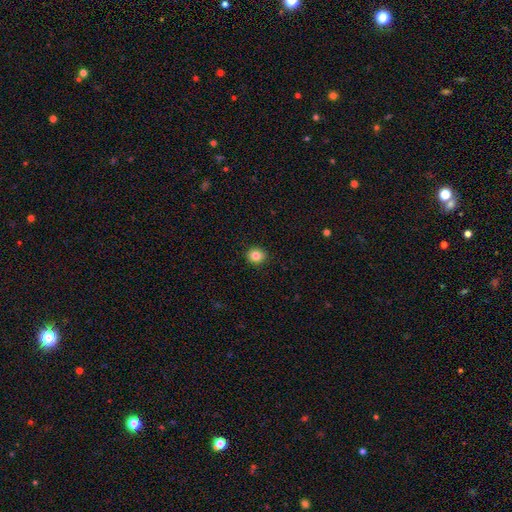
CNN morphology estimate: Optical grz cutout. It shows a smooth galaxy with no disk features (85%) that is round (81%). Merging: none (91%).